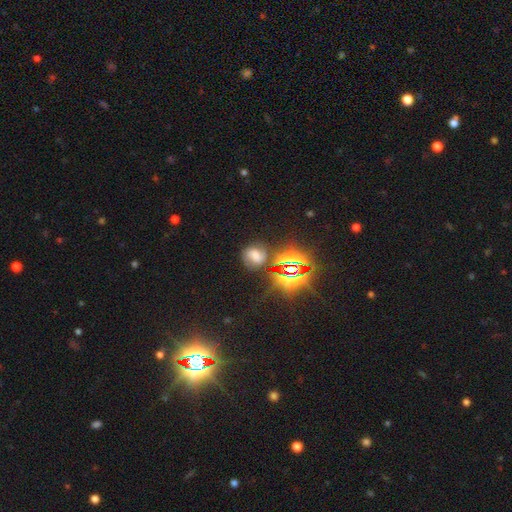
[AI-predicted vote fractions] smooth_or_featured: featured or disk (p=0.36) [alt: smooth p=0.34]
merging: none (p=0.63) [alt: minor disturbance p=0.20]